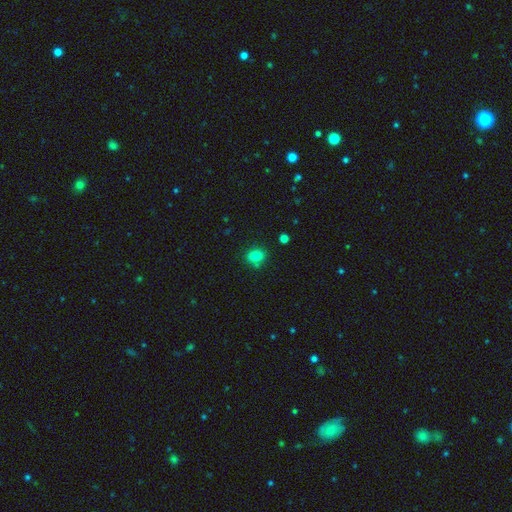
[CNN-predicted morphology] type=smooth (81%); roundness=in between (50%); merging=none (77%).